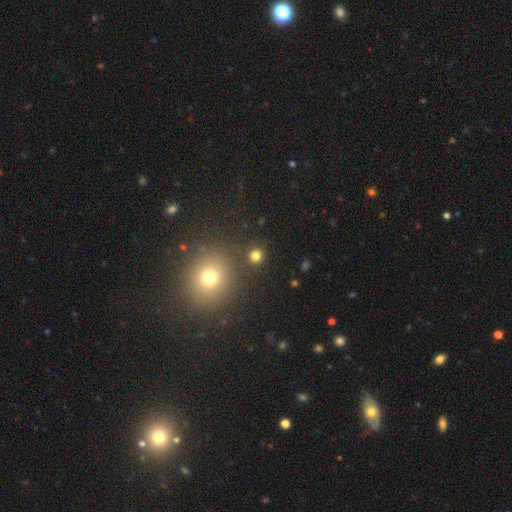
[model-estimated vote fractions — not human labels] smooth-or-featured: smooth: 78% | star or artifact: 16% | featured or disk: 5%
  how-rounded: round: 88% | in between: 11% | cigar-shaped: 1%
  merging: none: 84% | minor disturbance: 6% | merger: 6% | major disturbance: 3%